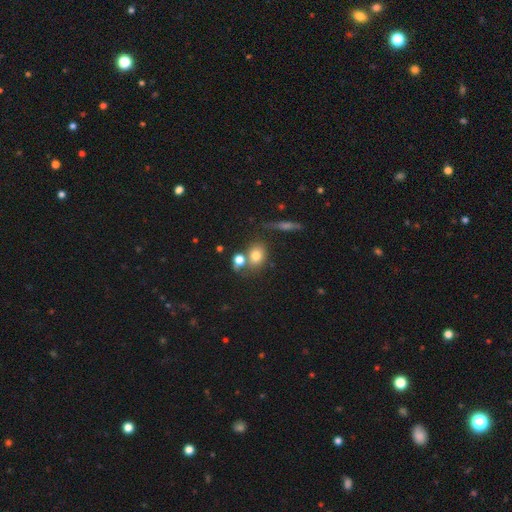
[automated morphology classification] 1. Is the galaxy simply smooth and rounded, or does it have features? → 75% smooth, 13% featured or disk, 12% star or artifact.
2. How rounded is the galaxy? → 52% round, 46% in between, 2% cigar-shaped.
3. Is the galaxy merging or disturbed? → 56% none, 28% merger, 12% minor disturbance, 5% major disturbance.